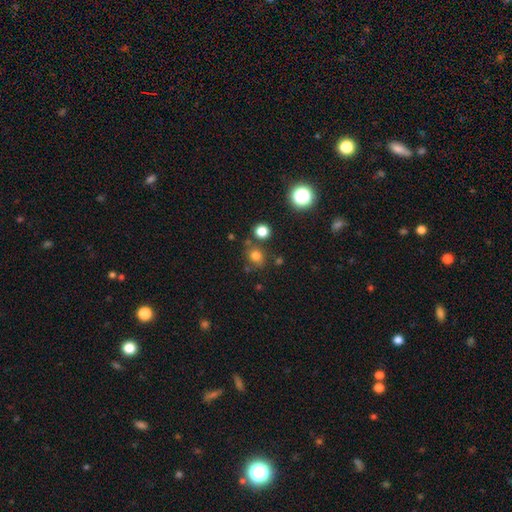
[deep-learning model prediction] This appears to be a smooth galaxy with no disk features (74%) that is round (75%). Merging: none (74%).